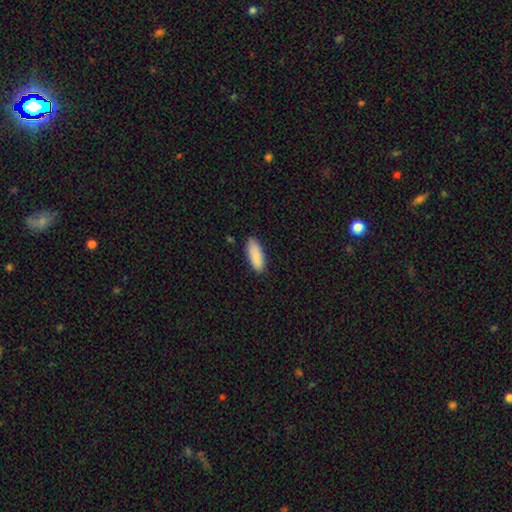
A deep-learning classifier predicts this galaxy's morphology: A smooth galaxy with no disk features (90%) that is in between round and cigar-shaped (74%). Merging: none (87%).